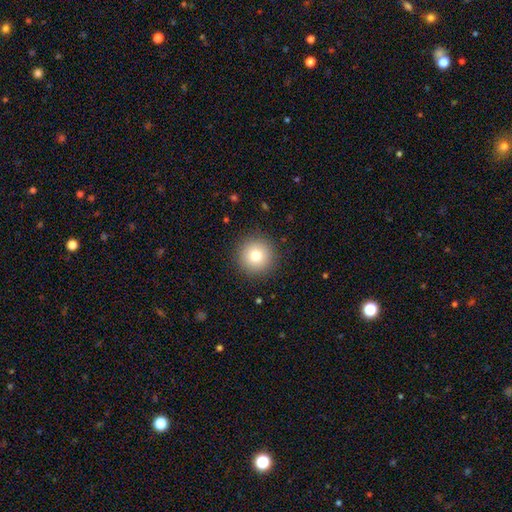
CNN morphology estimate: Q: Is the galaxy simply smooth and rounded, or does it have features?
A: smooth — 78%.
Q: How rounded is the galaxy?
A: round — 96%.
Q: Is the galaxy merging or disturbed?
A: none — 91%.